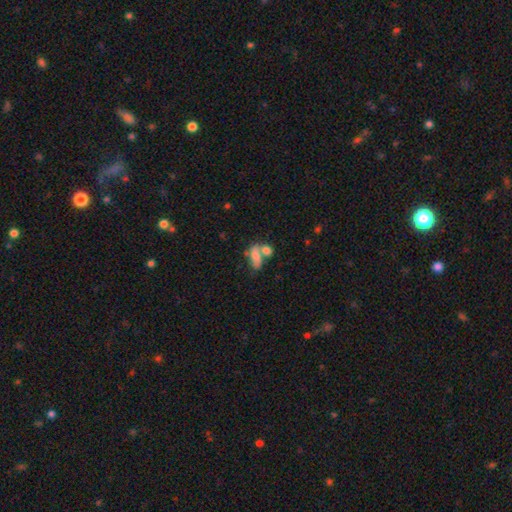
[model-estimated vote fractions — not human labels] smooth_or_featured: smooth (p=0.62) [alt: featured or disk p=0.27]
how_rounded: in between (p=0.83) [alt: round p=0.09]
merging: merger (p=0.56) [alt: none p=0.23]